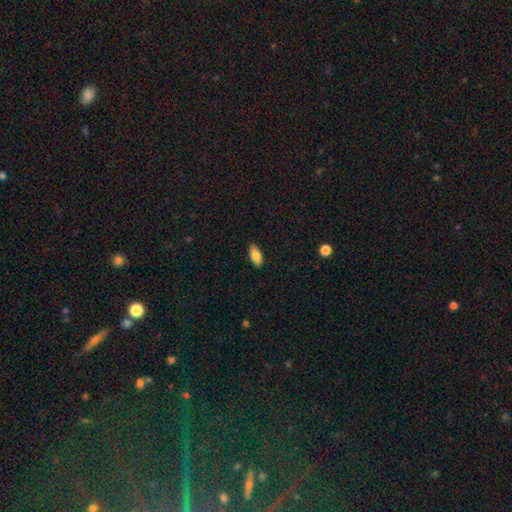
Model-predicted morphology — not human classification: Q: Smooth or featured?
A: smooth (80%); runner-up: featured or disk (13%)
Q: How rounded?
A: in between (86%); runner-up: cigar-shaped (11%)
Q: Merging?
A: none (88%); runner-up: minor disturbance (9%)